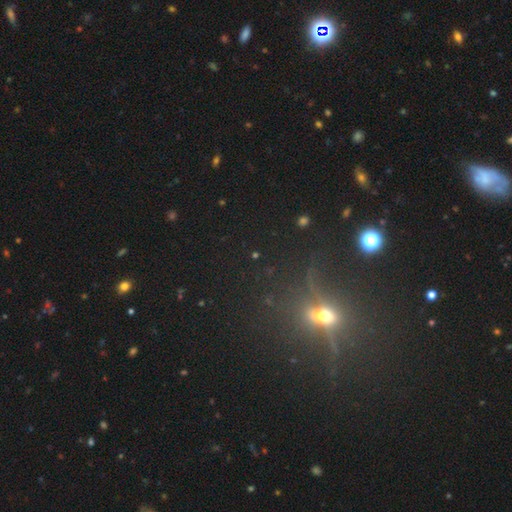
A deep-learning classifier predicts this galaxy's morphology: This is possibly a star or artifact rather than a galaxy (52%).